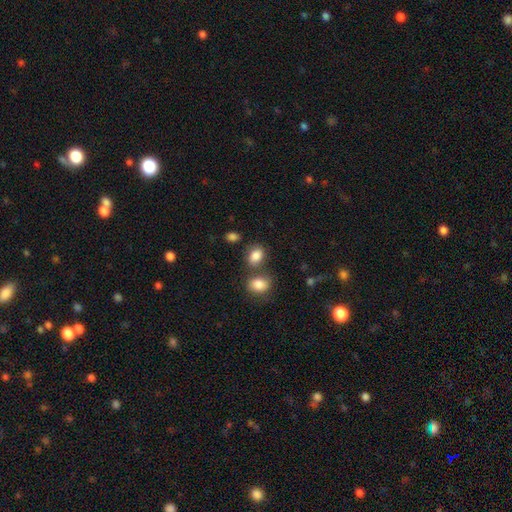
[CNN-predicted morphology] The model was most divided on "merging": none: 59%, merger: 23%, minor disturbance: 14%, major disturbance: 4%. More confident: smooth or featured — smooth (85%); how rounded — in between (72%).